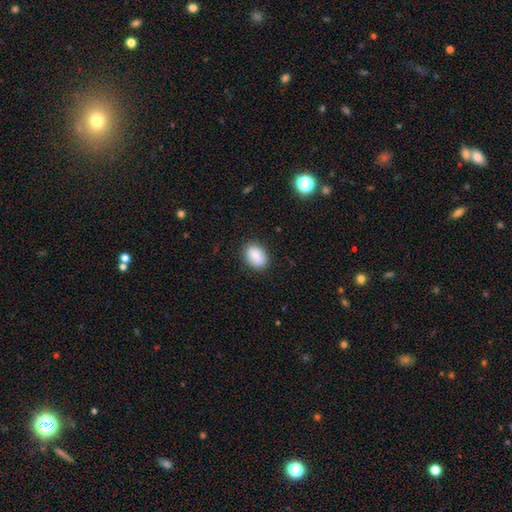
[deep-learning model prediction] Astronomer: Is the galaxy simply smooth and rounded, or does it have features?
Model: smooth — 87%.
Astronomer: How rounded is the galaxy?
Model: in between — 80%.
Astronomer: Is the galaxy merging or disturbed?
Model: none — 85%.